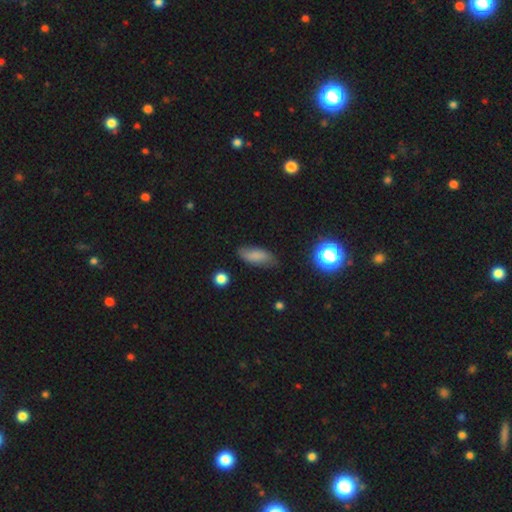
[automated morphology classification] The model was most divided on "how rounded": in between: 74%, cigar-shaped: 22%, round: 3%. More confident: smooth or featured — smooth (76%); merging — none (73%).